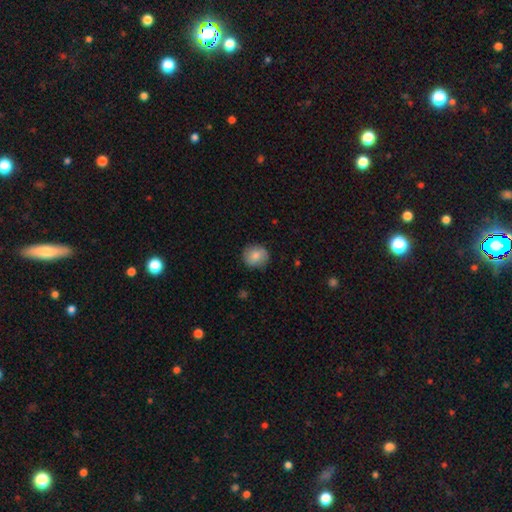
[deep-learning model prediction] Smooth or featured: smooth — 80% (featured or disk — 12%)
How rounded: round — 83% (in between — 16%)
Merging: none — 85% (minor disturbance — 11%)